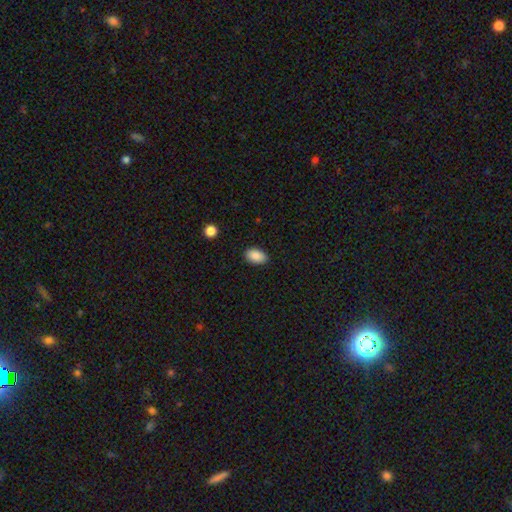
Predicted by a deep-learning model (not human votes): A smooth galaxy with no disk features (89%) that is in between round and cigar-shaped (91%).

Vote fractions:
- Smooth or featured? smooth: 89% / star or artifact: 8% / featured or disk: 4%
- How rounded? in between: 91% / round: 8% / cigar-shaped: 1%
- Merging? none: 87% / minor disturbance: 10% / major disturbance: 2% / merger: 1%